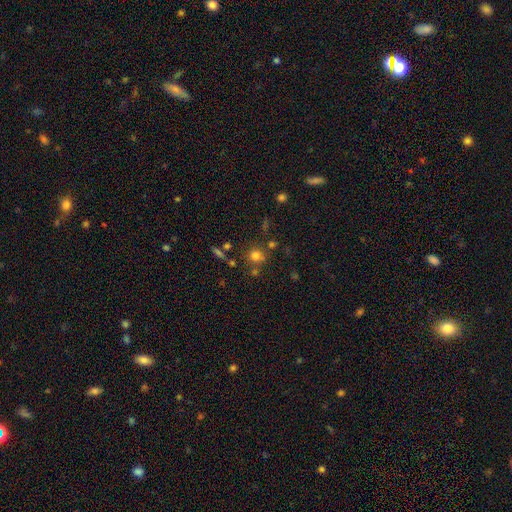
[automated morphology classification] A smooth galaxy with no disk features (75%) that is round (85%). Merging: none (72%).